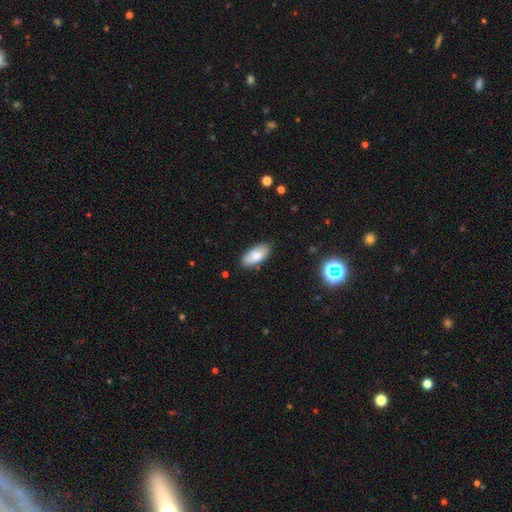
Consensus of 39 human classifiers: This appears to be a smooth galaxy with no disk features (87%) that is in between round and cigar-shaped (94%). Merging: none (91%).